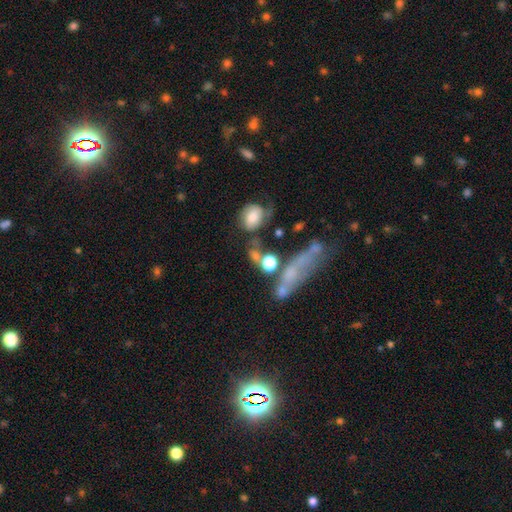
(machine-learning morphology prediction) smooth-or-featured: smooth: 56% | featured or disk: 26% | star or artifact: 18%
  how-rounded: round: 42% | in between: 35% | cigar-shaped: 23%
  merging: none: 39% | merger: 27% | major disturbance: 17% | minor disturbance: 17%